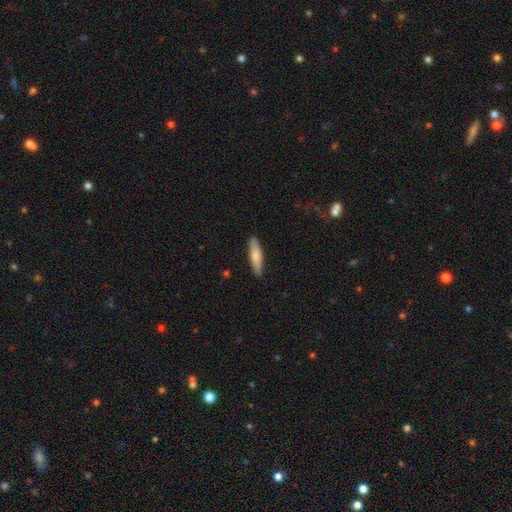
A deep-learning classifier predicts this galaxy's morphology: Smooth or featured? smooth (77%)
How rounded? cigar-shaped (73%)
Merging? none (88%)